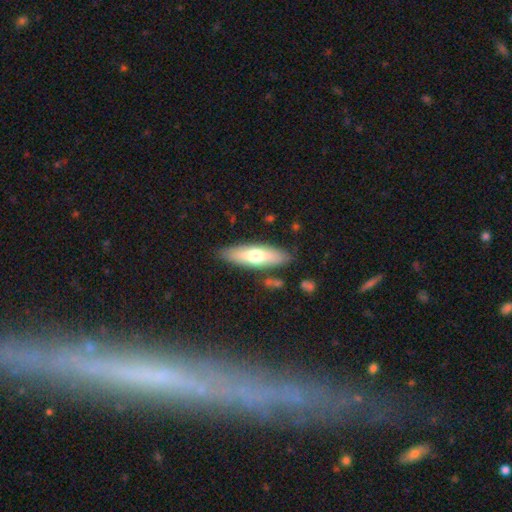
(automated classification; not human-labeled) smooth_or_featured: smooth (p=0.59) [alt: featured or disk p=0.35]
how_rounded: cigar-shaped (p=0.51) [alt: in between p=0.47]
merging: none (p=0.85) [alt: minor disturbance p=0.10]